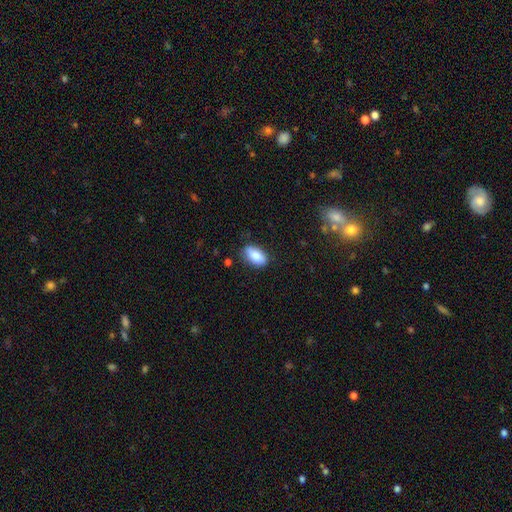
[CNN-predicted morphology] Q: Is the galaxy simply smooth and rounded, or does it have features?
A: smooth — 84%.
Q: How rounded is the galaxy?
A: in between — 92%.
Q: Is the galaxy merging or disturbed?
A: none — 80%.